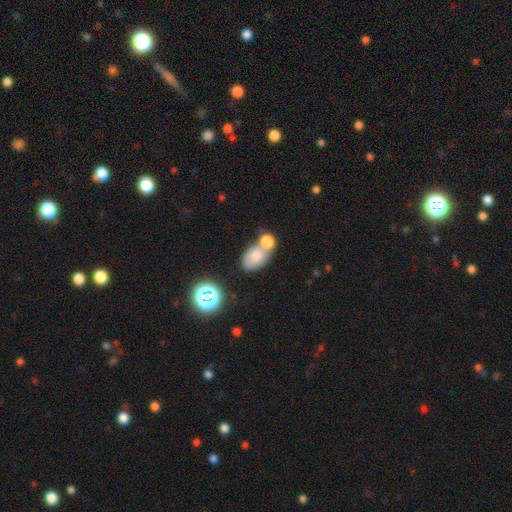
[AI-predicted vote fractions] Overall: smooth (75%). How rounded: in between (81%). Merging: merger (41%; none 39%).